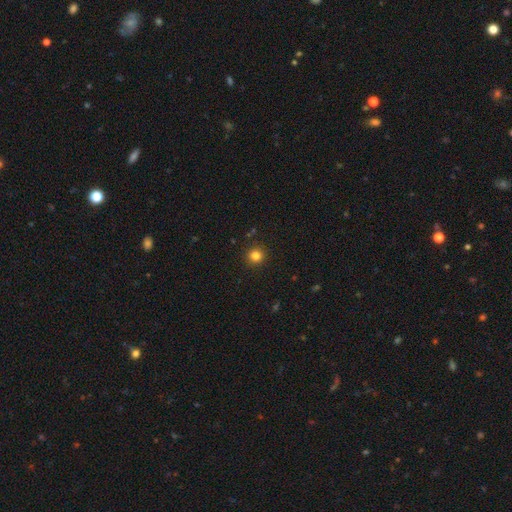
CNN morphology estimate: A smooth galaxy with no disk features (83%) that is round (94%). Merging: none (92%).